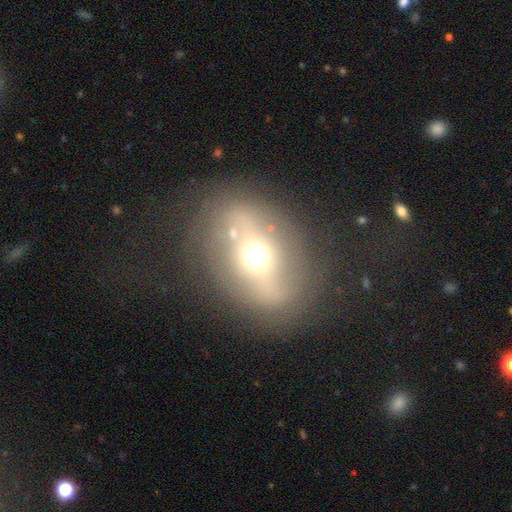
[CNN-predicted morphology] smooth-or-featured: featured or disk: 58% | smooth: 32% | star or artifact: 10%
  disk-edge-on: no: 85% | yes: 15%
  merging: none: 74% | minor disturbance: 14% | major disturbance: 9% | merger: 3%